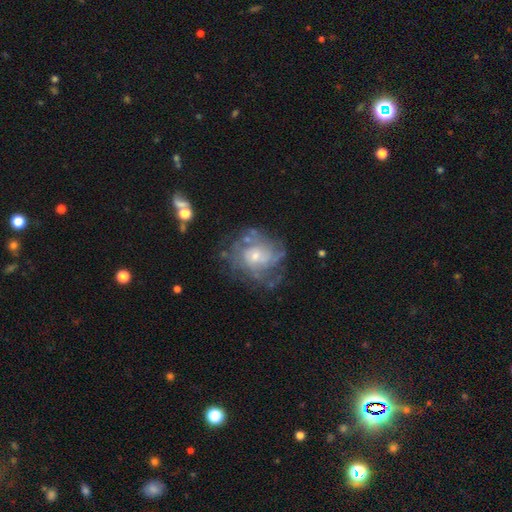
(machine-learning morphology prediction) smooth_or_featured: featured or disk (p=0.75) [alt: smooth p=0.16]
disk_edge_on: no (p=0.97) [alt: yes p=0.03]
bar: no (p=0.77) [alt: weak p=0.20]
has_spiral_arms: yes (p=0.81) [alt: no p=0.19]
spiral_winding: tight (p=0.53) [alt: medium p=0.33]
spiral_arm_count: can't tell (p=0.51) [alt: 4 p=0.13]
bulge_size: small (p=0.56) [alt: moderate p=0.37]
merging: none (p=0.64) [alt: minor disturbance p=0.19]